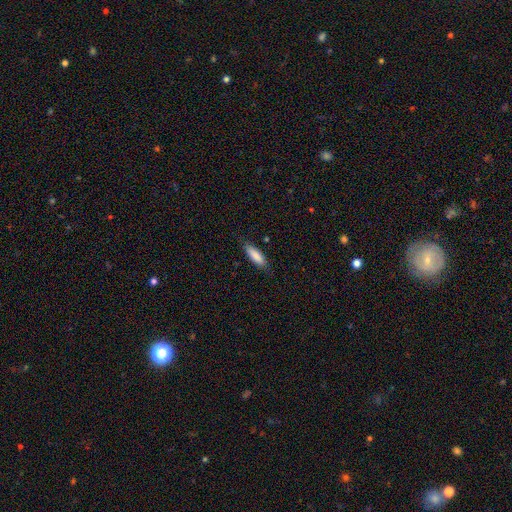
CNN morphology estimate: A smooth galaxy with no disk features (86%) that is cigar-shaped (51%).

Vote fractions:
- Smooth or featured? smooth: 86% / featured or disk: 8% / star or artifact: 6%
- How rounded? cigar-shaped: 51% / in between: 48% / round: 1%
- Merging? none: 83% / minor disturbance: 14% / major disturbance: 3% / merger: 1%